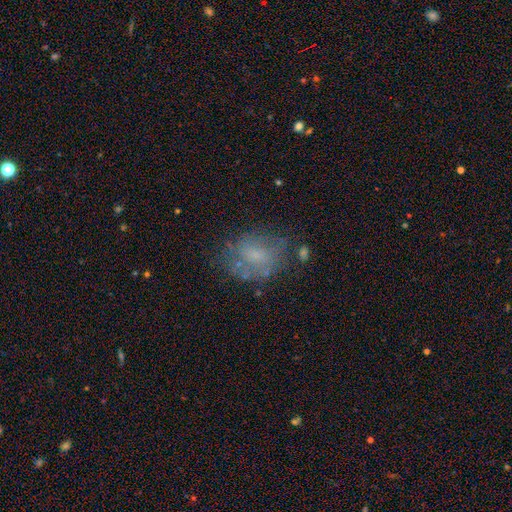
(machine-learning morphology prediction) This is possibly a smooth galaxy (48%). Merging: possibly none (57%).